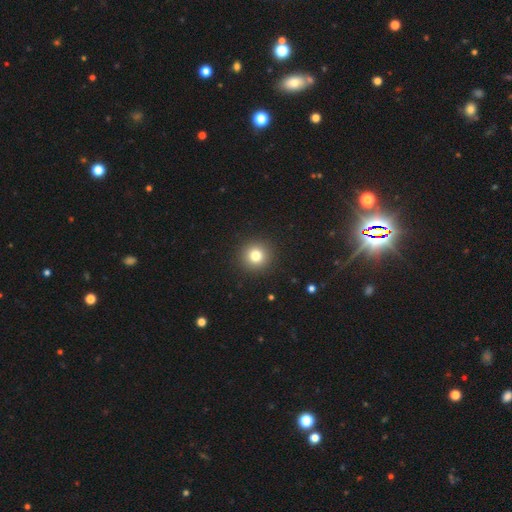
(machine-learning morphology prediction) A smooth galaxy with no disk features (80%) that is round (95%). Merging: none (93%).